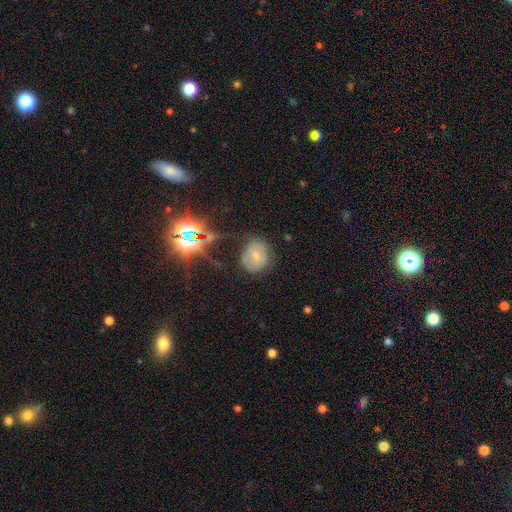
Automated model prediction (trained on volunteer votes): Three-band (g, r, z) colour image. It shows a smooth galaxy with no disk features (51%) that is round (69%). Merging: none (63%).